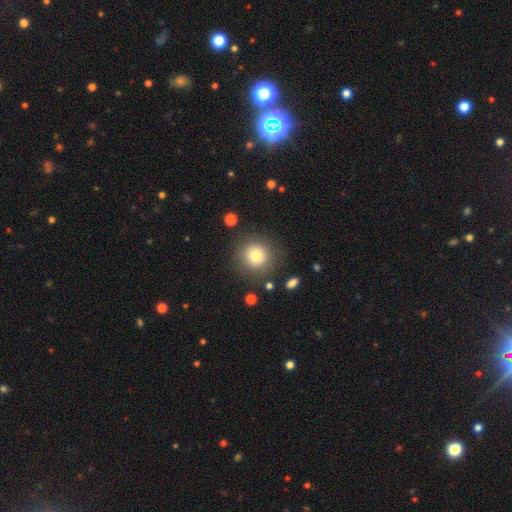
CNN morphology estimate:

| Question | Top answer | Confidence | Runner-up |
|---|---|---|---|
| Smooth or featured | smooth | 78% | star or artifact (12%) |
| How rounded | round | 94% | in between (5%) |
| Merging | none | 85% | minor disturbance (8%) |